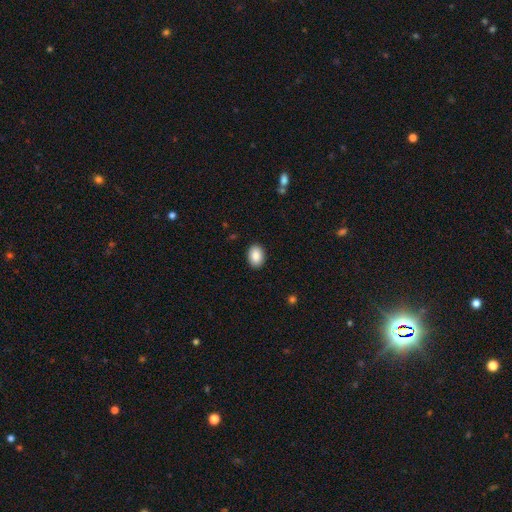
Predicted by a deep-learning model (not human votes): This appears to be a smooth galaxy with no disk features (89%) that is in between round and cigar-shaped (78%). Merging: none (91%).